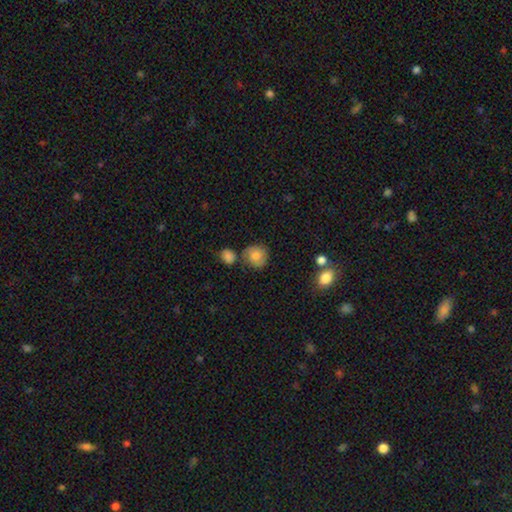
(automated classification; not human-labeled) This is clearly a smooth galaxy (82%). How rounded: clearly round (83%). Merging: likely none (65%).